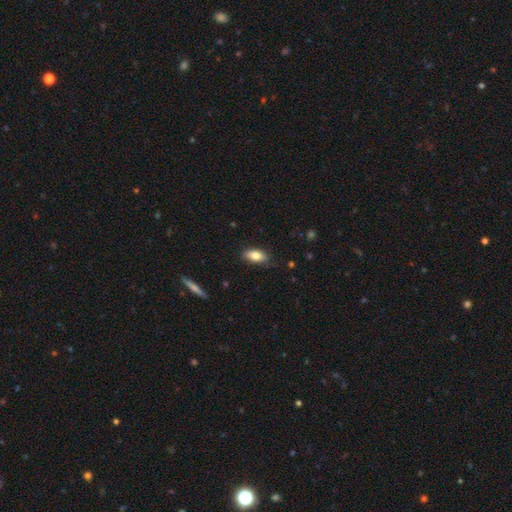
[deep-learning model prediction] smooth_or_featured: smooth (p=0.81) [alt: featured or disk p=0.12]
how_rounded: in between (p=0.87) [alt: cigar-shaped p=0.09]
merging: none (p=0.80) [alt: minor disturbance p=0.16]